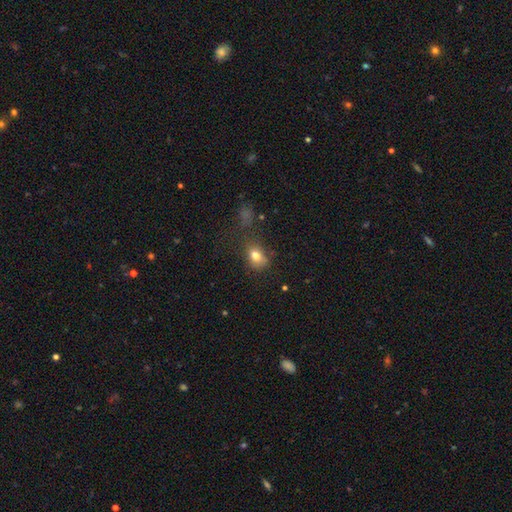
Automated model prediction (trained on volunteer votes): Q: Smooth or featured?
A: smooth (78%); runner-up: star or artifact (12%)
Q: How rounded?
A: in between (69%); runner-up: round (29%)
Q: Merging?
A: none (54%); runner-up: minor disturbance (25%)